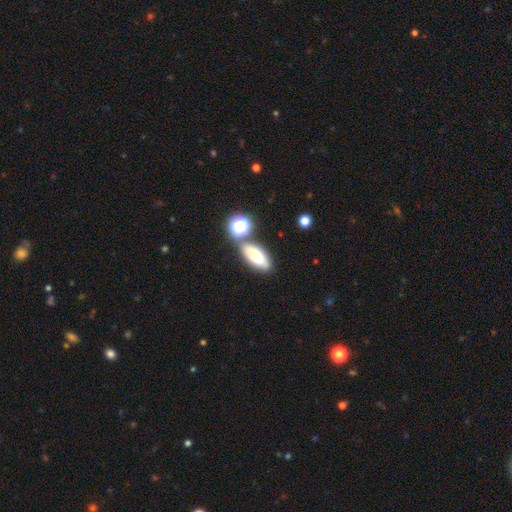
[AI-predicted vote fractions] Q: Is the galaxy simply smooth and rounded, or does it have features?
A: smooth — 73%.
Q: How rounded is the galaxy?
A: in between — 81%.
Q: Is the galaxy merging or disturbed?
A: none — 68%.